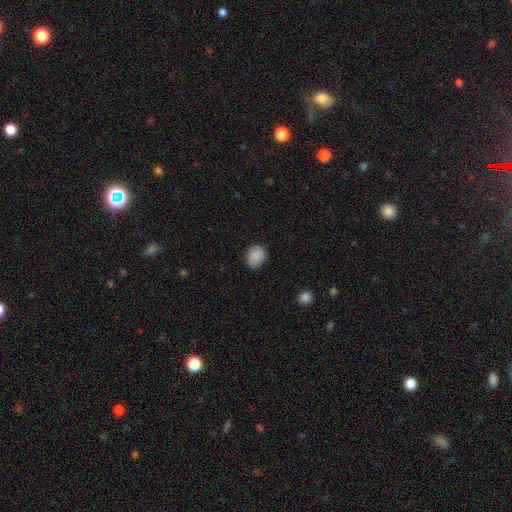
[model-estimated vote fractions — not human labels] Q: Smooth or featured?
A: smooth (89%); runner-up: star or artifact (8%)
Q: How rounded?
A: round (70%); runner-up: in between (29%)
Q: Merging?
A: none (86%); runner-up: minor disturbance (10%)